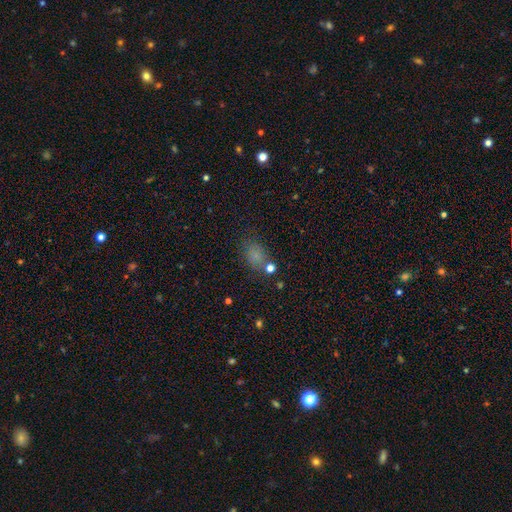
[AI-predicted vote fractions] smooth-or-featured: smooth: 74% | star or artifact: 19% | featured or disk: 7%
  how-rounded: in between: 71% | round: 27% | cigar-shaped: 2%
  merging: none: 68% | minor disturbance: 17% | major disturbance: 8% | merger: 7%